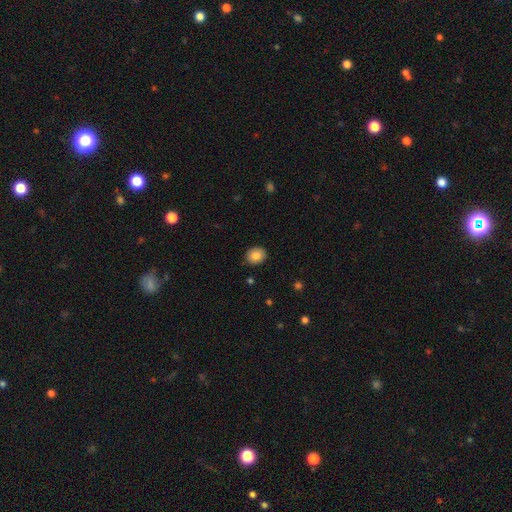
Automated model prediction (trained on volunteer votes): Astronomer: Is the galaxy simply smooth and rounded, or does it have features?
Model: smooth — 83%.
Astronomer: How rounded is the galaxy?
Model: round — 64%.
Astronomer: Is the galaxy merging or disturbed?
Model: none — 88%.